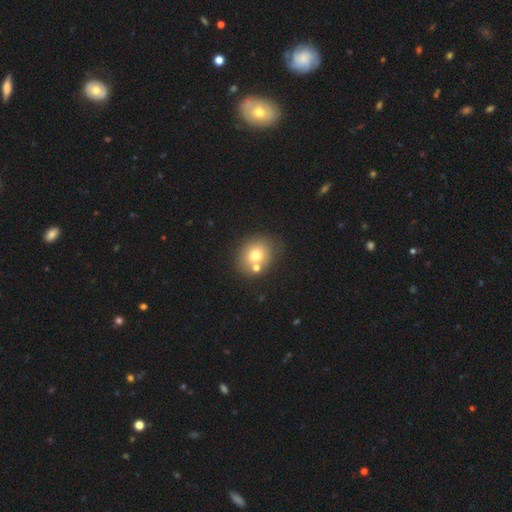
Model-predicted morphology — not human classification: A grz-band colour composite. It shows a smooth galaxy with no disk features (72%) that is round (69%). Merging: none (67%).